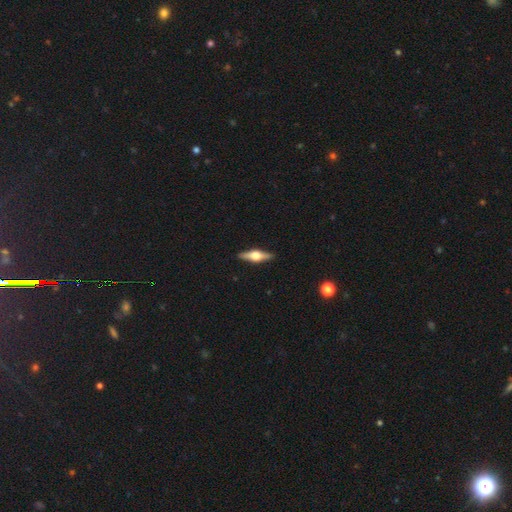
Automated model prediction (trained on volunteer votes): smooth-or-featured: featured or disk: 71% | smooth: 24% | star or artifact: 6%
  disk-edge-on: yes: 97% | no: 3%
    edge-on-bulge: rounded: 94% | boxy: 4% | none: 1%
  merging: none: 91% | minor disturbance: 7% | major disturbance: 1% | merger: 1%